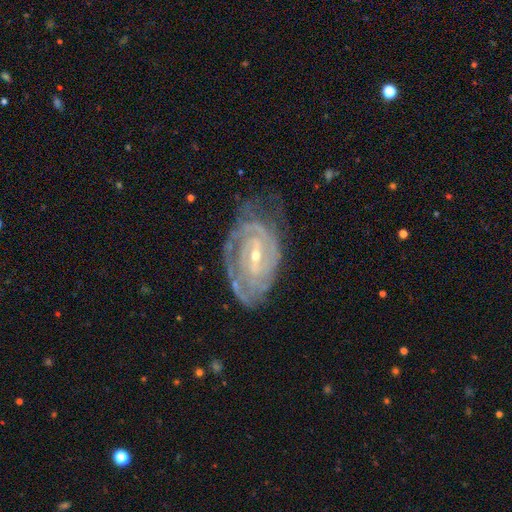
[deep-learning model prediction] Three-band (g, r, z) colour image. It shows a featured or disk galaxy (87%) with a weak bar (48%), tight (72%) spiral arms (94%) and a small central bulge (64%). Merging: none (58%).